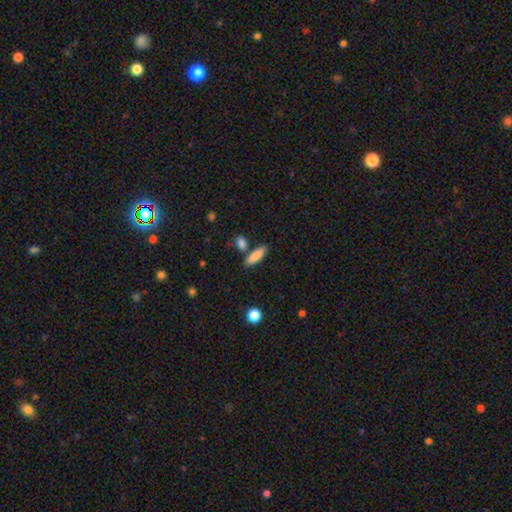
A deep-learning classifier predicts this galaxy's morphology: This is clearly a smooth galaxy (85%). How rounded: possibly cigar-shaped (55%). Merging: likely none (77%).